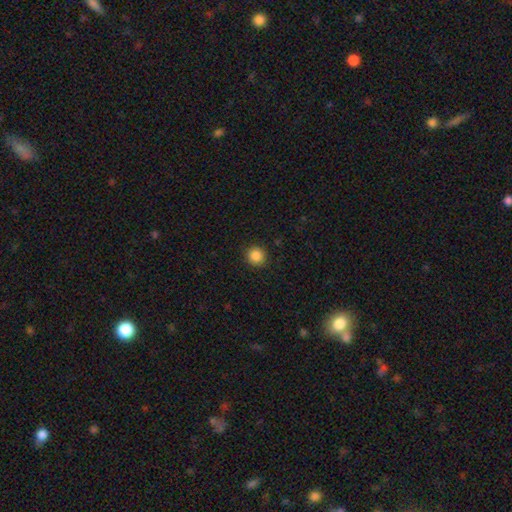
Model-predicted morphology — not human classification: A smooth galaxy with no disk features (87%) that is round (93%). Merging: none (92%).